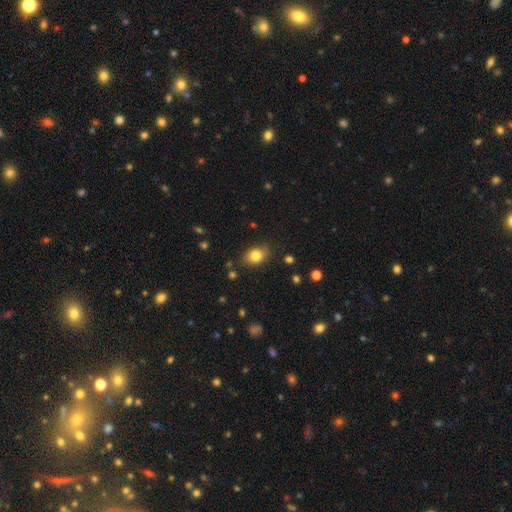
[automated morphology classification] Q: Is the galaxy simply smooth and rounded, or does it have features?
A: smooth — 82%.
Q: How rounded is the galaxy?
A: in between — 71%.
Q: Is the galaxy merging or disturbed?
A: none — 81%.